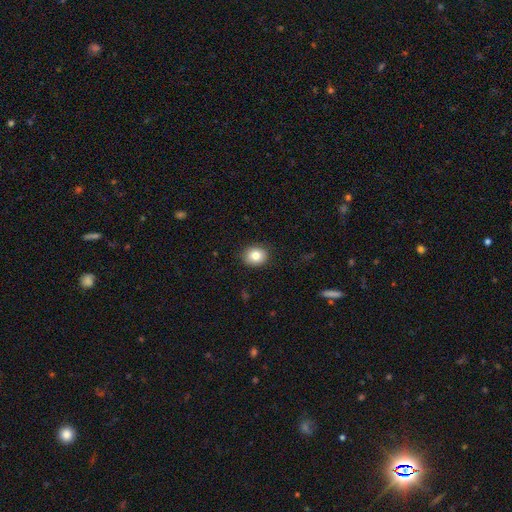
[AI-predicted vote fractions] A smooth galaxy with no disk features (82%) that is round (67%). Merging: none (89%).